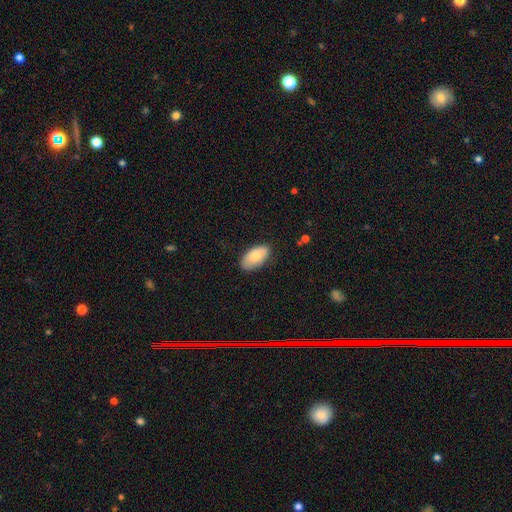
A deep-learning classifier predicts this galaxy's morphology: smooth-or-featured: smooth: 78% | featured or disk: 16% | star or artifact: 6%
  how-rounded: in between: 94% | round: 4% | cigar-shaped: 2%
  merging: none: 81% | minor disturbance: 15% | major disturbance: 3% | merger: 1%